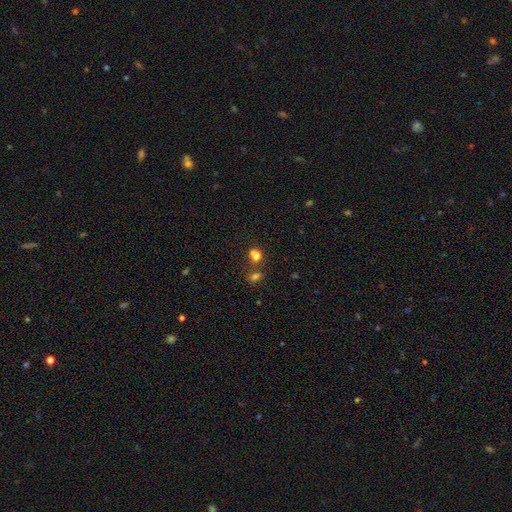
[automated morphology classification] smooth-or-featured: smooth: 72% | star or artifact: 16% | featured or disk: 12%
  how-rounded: in between: 50% | round: 48% | cigar-shaped: 2%
  merging: merger: 48% | none: 35% | minor disturbance: 11% | major disturbance: 6%